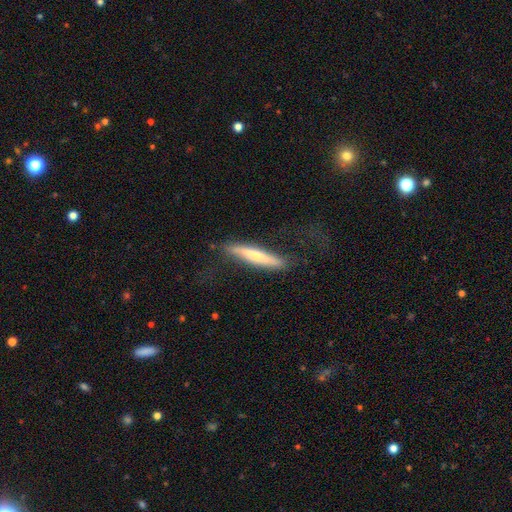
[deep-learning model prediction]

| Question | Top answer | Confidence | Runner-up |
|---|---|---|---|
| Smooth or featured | smooth | 57% | featured or disk (38%) |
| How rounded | cigar-shaped | 92% | in between (7%) |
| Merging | none | 77% | minor disturbance (16%) |